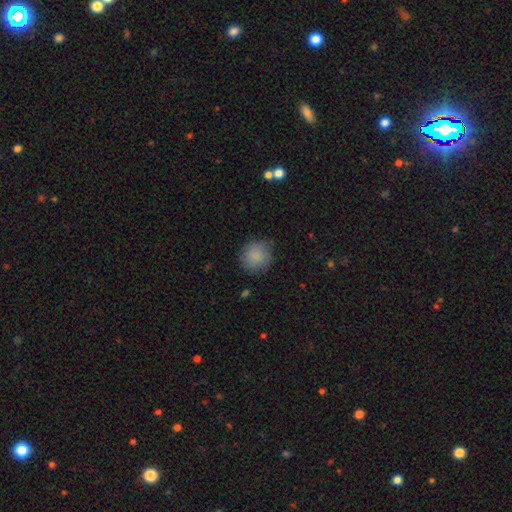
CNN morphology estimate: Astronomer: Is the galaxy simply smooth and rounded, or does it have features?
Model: smooth — 87%.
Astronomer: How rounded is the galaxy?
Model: round — 91%.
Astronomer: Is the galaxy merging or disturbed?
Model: none — 83%.